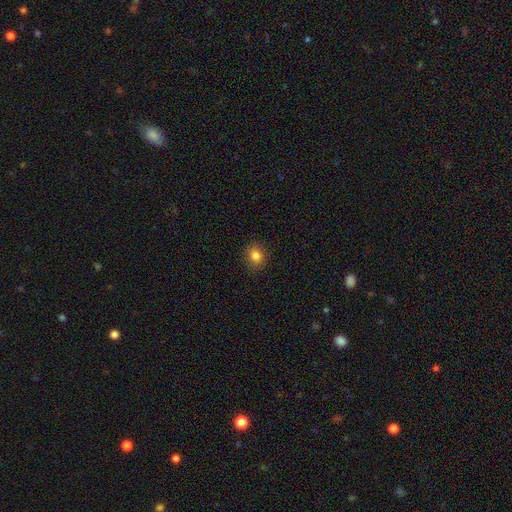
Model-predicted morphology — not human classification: smooth 83%, star or artifact 11%, featured or disk 6%. Down the decision tree: how rounded — round (67%); merging — none (86%).